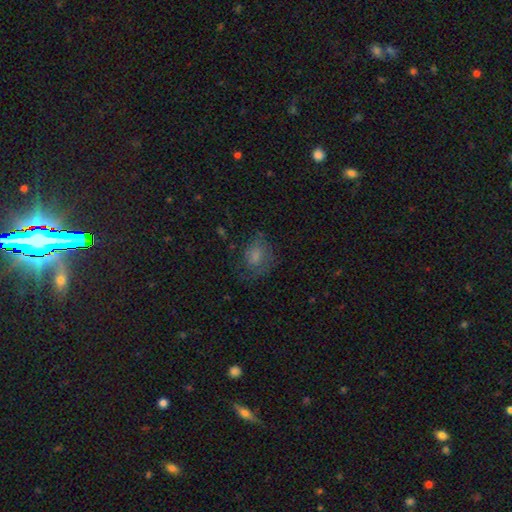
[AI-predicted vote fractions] A smooth galaxy with no disk features (63%) that is in between round and cigar-shaped (55%).

Vote fractions:
- Smooth or featured? smooth: 63% / featured or disk: 23% / star or artifact: 15%
- How rounded? in between: 55% / round: 43% / cigar-shaped: 1%
- Merging? none: 53% / minor disturbance: 24% / major disturbance: 21% / merger: 2%